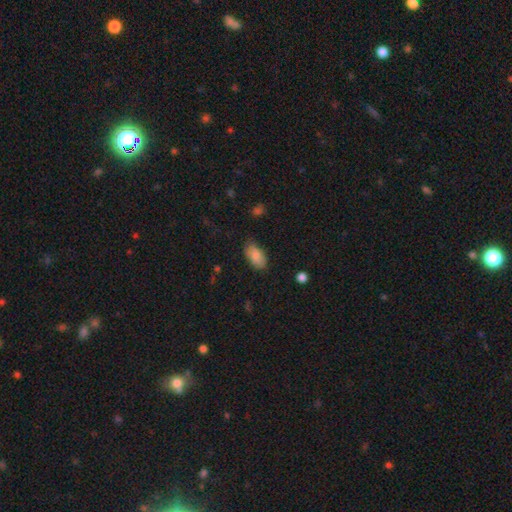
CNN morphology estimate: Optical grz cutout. It shows a smooth galaxy with no disk features (85%) that is in between round and cigar-shaped (93%). Merging: none (76%).